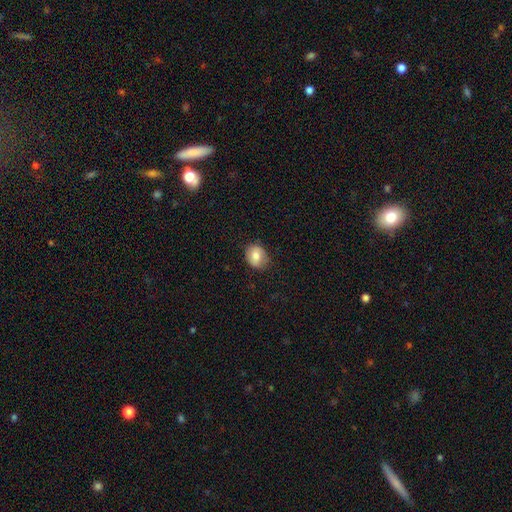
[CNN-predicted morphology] Smooth or featured? smooth (77%)
How rounded? in between (51%)
Merging? none (77%)